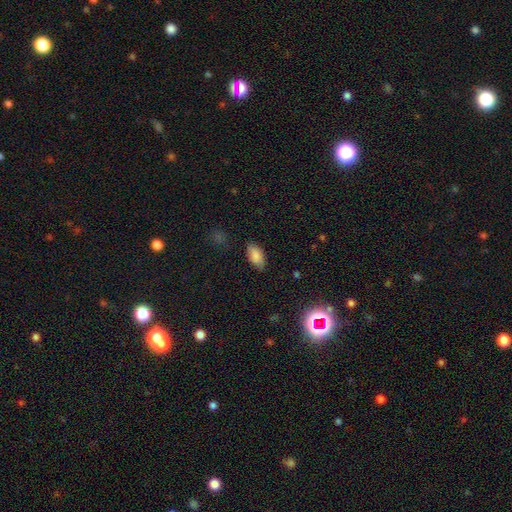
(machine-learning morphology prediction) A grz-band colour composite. It shows a smooth galaxy with no disk features (84%) that is in between round and cigar-shaped (92%). Merging: none (82%).